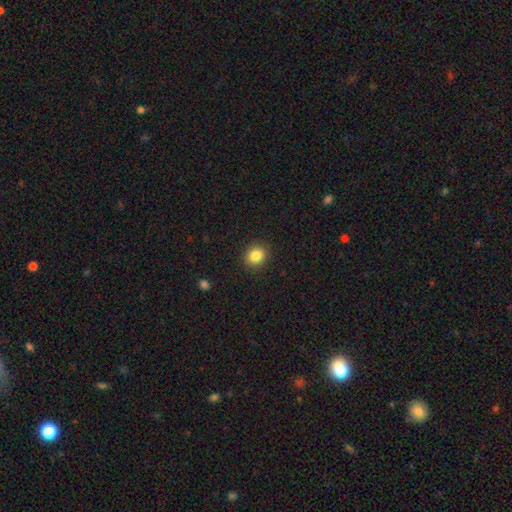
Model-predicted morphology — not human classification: Smooth or featured? smooth (85%)
How rounded? round (76%)
Merging? none (91%)